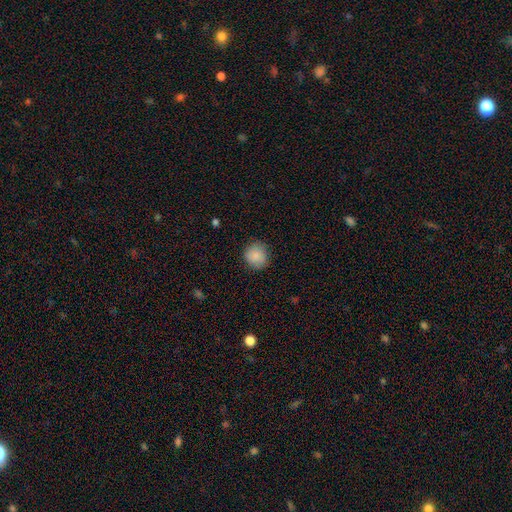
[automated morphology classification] Smooth or featured? Predicted: smooth (p=0.88). How rounded? Predicted: round (p=0.87). Merging? Predicted: none (p=0.84).